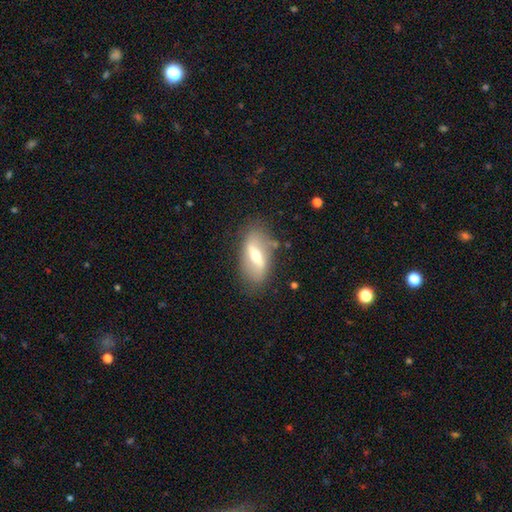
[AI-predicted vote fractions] Smooth or featured? featured or disk (61%)
Edge-on disk? no (82%)
Bar? strong (47%)
Spiral arms? yes (54%)
Bulge size? moderate (65%)
Merging? none (75%)